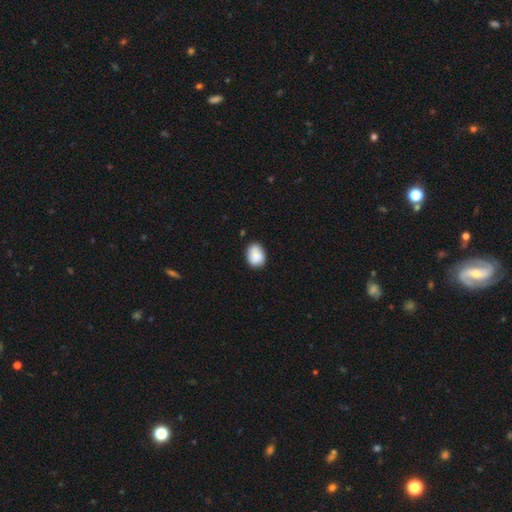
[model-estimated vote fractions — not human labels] smooth 85%, featured or disk 8%, star or artifact 7%. Down the decision tree: how rounded — in between (66%); merging — none (73%).